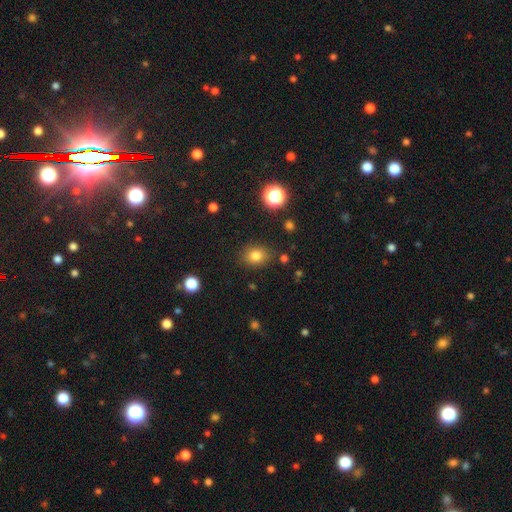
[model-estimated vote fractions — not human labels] This appears to be a smooth galaxy with no disk features (80%) that is round (51%). Merging: none (83%).